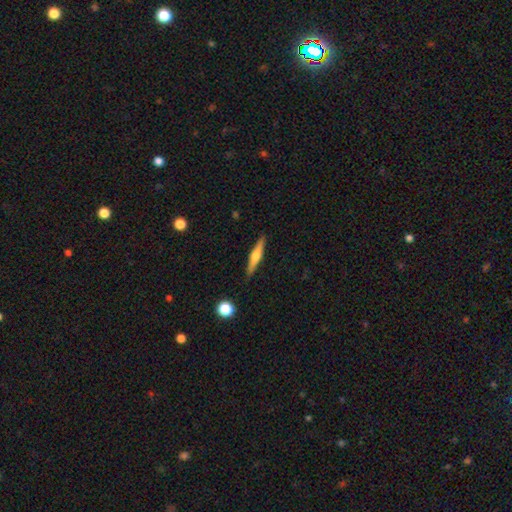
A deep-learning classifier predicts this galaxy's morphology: A featured or disk galaxy (60%) viewed edge-on (97%) with a rounded central bulge (90%). Merging: none (90%).